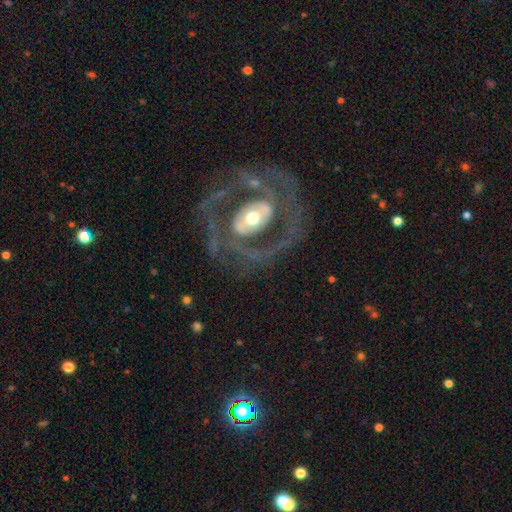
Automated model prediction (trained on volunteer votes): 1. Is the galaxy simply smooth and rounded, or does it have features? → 84% featured or disk, 10% smooth, 6% star or artifact.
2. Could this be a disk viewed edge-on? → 96% no, 4% yes.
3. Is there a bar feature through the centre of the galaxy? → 52% no, 25% weak, 23% strong.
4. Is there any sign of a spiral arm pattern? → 71% yes, 29% no.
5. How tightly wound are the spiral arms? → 46% tight, 40% medium, 14% loose.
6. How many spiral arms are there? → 70% 2, 14% can't tell, 6% 3, 5% 1, 3% 4, 3% more than 4.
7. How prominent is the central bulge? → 56% moderate, 27% small, 13% large, 2% dominant, 1% none.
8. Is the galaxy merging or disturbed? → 72% none, 13% minor disturbance, 12% major disturbance, 2% merger.